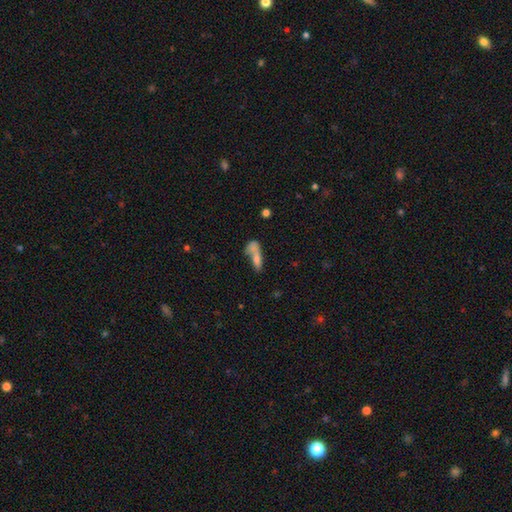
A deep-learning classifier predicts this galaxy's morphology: Q: Smooth or featured?
A: smooth (69%); runner-up: featured or disk (20%)
Q: How rounded?
A: in between (56%); runner-up: cigar-shaped (37%)
Q: Merging?
A: merger (47%); runner-up: none (28%)